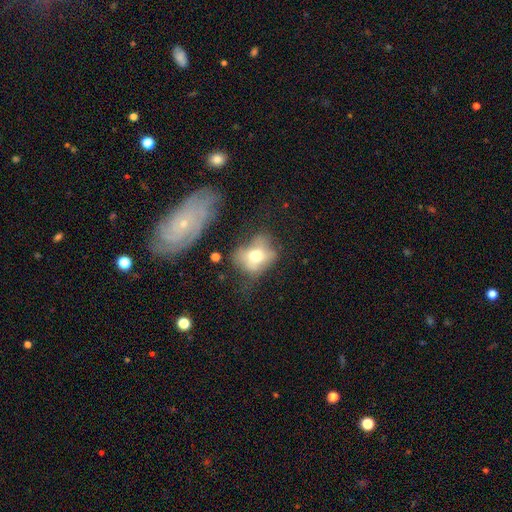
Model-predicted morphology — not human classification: A smooth galaxy with no disk features (54%) that is in between round and cigar-shaped (60%).

Vote fractions:
- Smooth or featured? smooth: 54% / featured or disk: 34% / star or artifact: 12%
- How rounded? in between: 60% / round: 38% / cigar-shaped: 2%
- Merging? none: 37% / major disturbance: 29% / minor disturbance: 26% / merger: 8%